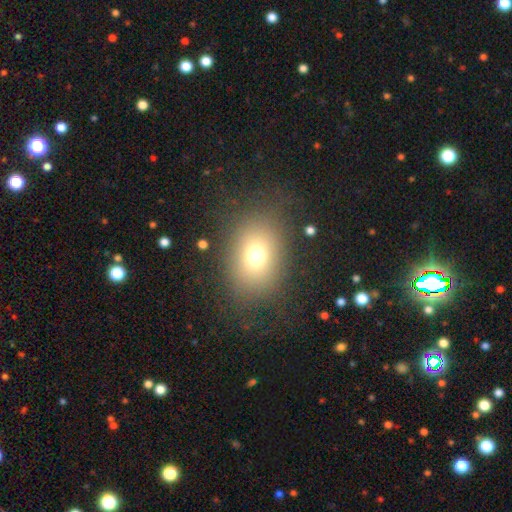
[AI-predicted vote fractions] Q: Smooth or featured?
A: smooth (71%); runner-up: star or artifact (16%)
Q: How rounded?
A: in between (58%); runner-up: round (41%)
Q: Merging?
A: none (77%); runner-up: minor disturbance (12%)